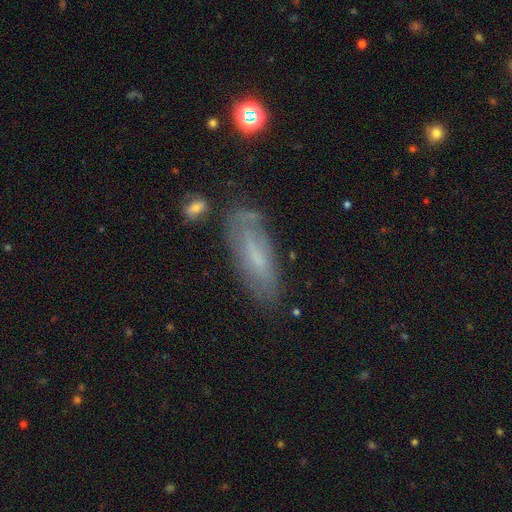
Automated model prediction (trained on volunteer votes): Smooth or featured: smooth — 48% (featured or disk — 43%)
Merging: none — 70% (minor disturbance — 20%)